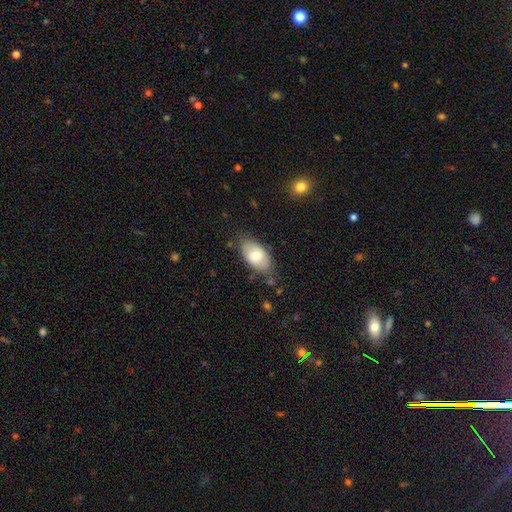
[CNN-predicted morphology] smooth 76%, featured or disk 18%, star or artifact 6%. Down the decision tree: how rounded — in between (94%); merging — none (75%).